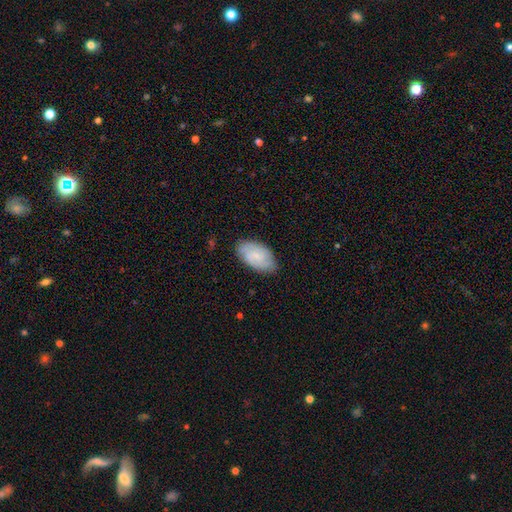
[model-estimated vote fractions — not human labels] featured or disk 59%, smooth 34%, star or artifact 7%. Down the decision tree: edge-on disk — no (96%); bar — no (52%); spiral arms — yes (91%); spiral arm count — 2 (56%); spiral winding — tight (55%); bulge size — small (60%); merging — none (80%).